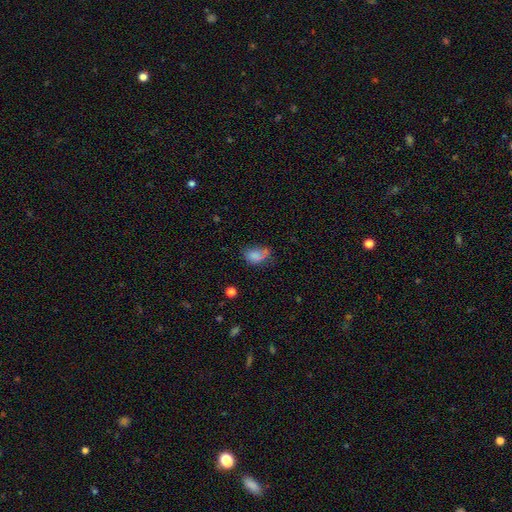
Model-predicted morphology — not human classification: This appears to be a smooth galaxy with no disk features (76%) that is in between round and cigar-shaped (81%). Merging: none (43%).